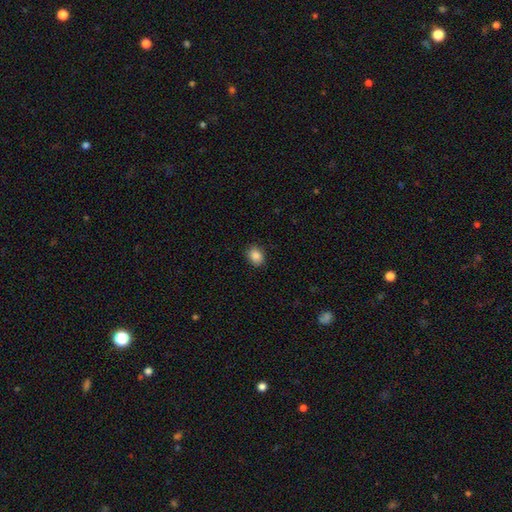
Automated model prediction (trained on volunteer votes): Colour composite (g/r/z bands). It shows a smooth galaxy with no disk features (87%) that is in between round and cigar-shaped (50%). Merging: none (88%).